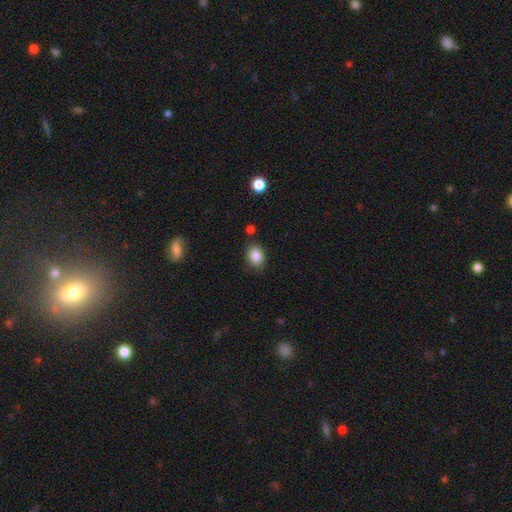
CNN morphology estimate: Smooth or featured?
  - smooth: 86% *
  - star or artifact: 9%
  - featured or disk: 5%
How rounded?
  - in between: 66% *
  - round: 33%
  - cigar-shaped: 1%
Merging?
  - none: 79% *
  - minor disturbance: 14%
  - merger: 4%
  - major disturbance: 3%